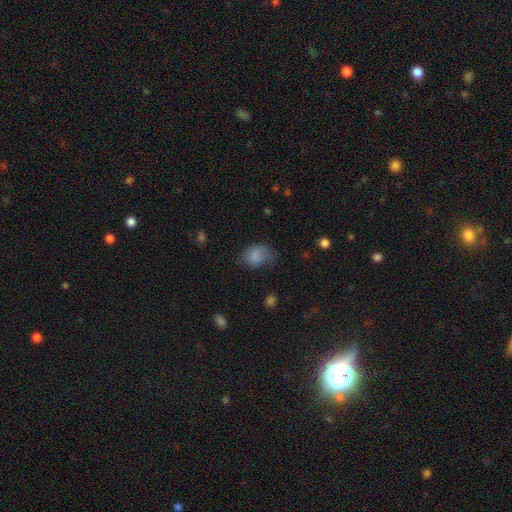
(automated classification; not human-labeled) smooth 80%, featured or disk 10%, star or artifact 10%. Down the decision tree: how rounded — in between (63%); merging — none (54%).